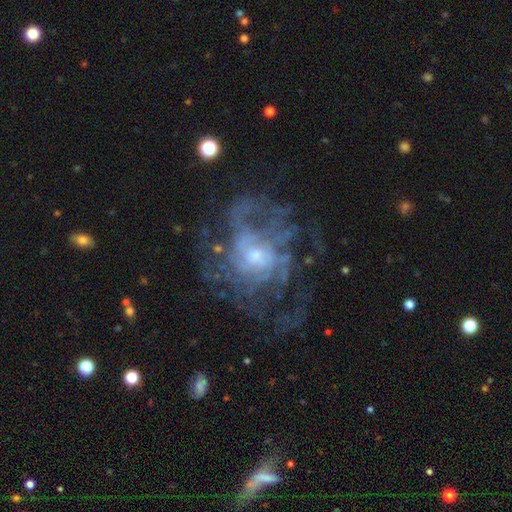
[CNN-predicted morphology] Smooth or featured?
  - featured or disk: 79% *
  - star or artifact: 10%
  - smooth: 10%
Edge-on disk?
  - no: 97% *
  - yes: 3%
Bar?
  - no: 76% *
  - weak: 21%
  - strong: 4%
Spiral arms?
  - yes: 74% *
  - no: 26%
Spiral winding?
  - medium: 39% *
  - tight: 37%
  - loose: 25%
Spiral arm count?
  - can't tell: 48% *
  - 4: 13%
  - 3: 13%
  - 2: 11%
  - more than 4: 9%
  - 1: 6%
Bulge size?
  - small: 46% *
  - moderate: 43%
  - large: 6%
  - none: 4%
  - dominant: 1%
Merging?
  - none: 53% *
  - major disturbance: 29%
  - minor disturbance: 16%
  - merger: 2%